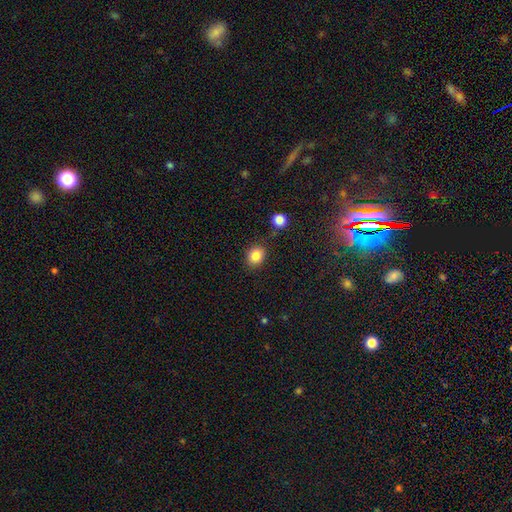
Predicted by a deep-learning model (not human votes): smooth_or_featured: smooth (p=0.84) [alt: star or artifact p=0.10]
how_rounded: round (p=0.64) [alt: in between p=0.35]
merging: none (p=0.82) [alt: minor disturbance p=0.11]